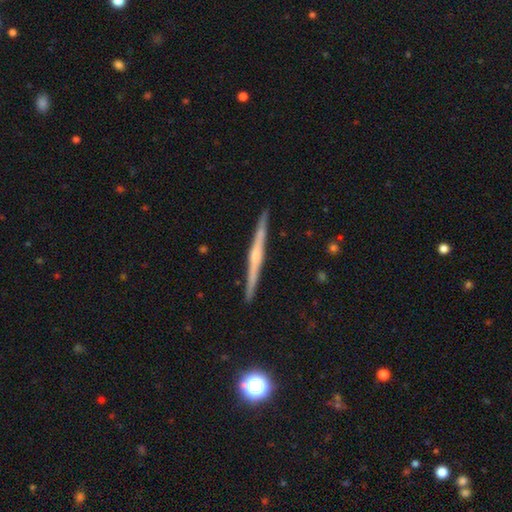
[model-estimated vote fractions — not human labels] This is likely a featured or disk galaxy (73%). It is clearly viewed edge-on (98%). Edge-on bulge: possibly rounded (54%). Merging: clearly none (92%).